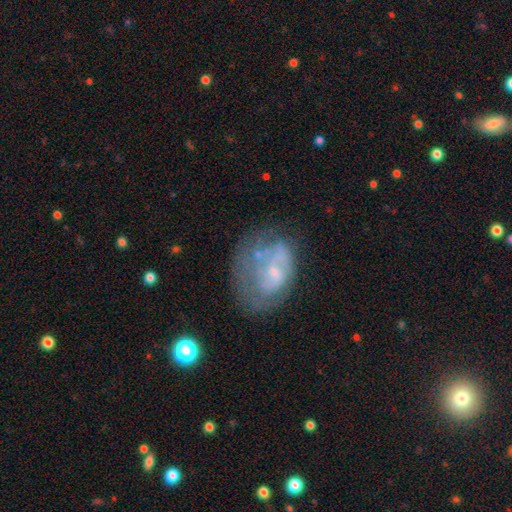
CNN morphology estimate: Smooth or featured?
  - featured or disk: 59% *
  - smooth: 31%
  - star or artifact: 11%
Edge-on disk?
  - no: 97% *
  - yes: 3%
Bar?
  - no: 69% *
  - weak: 26%
  - strong: 4%
Spiral arms?
  - no: 54% *
  - yes: 46%
Bulge size?
  - small: 54% *
  - none: 24%
  - moderate: 19%
  - large: 2%
  - dominant: 1%
Merging?
  - none: 40% *
  - major disturbance: 28%
  - minor disturbance: 26%
  - merger: 6%